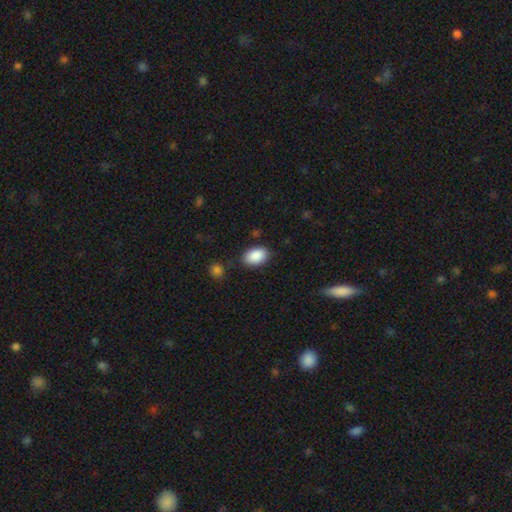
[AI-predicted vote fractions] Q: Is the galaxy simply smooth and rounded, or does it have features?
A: smooth — 89%.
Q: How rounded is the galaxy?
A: in between — 89%.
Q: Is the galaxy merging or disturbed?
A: none — 82%.